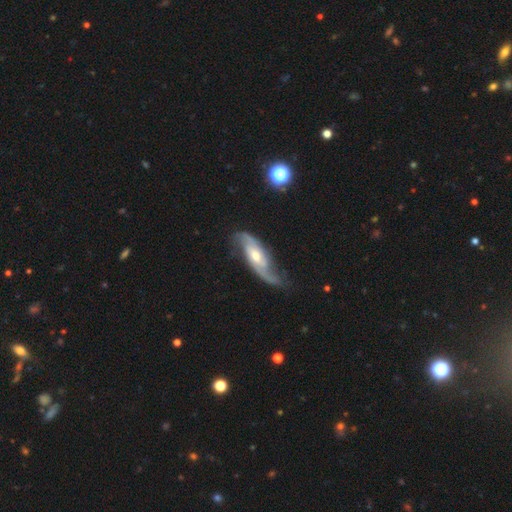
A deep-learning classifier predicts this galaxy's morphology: The model was most divided on "spiral winding": loose: 42%, medium: 41%, tight: 17%. Remaining: spiral arms — yes (96%); edge-on disk — no (91%); spiral arm count — 2 (86%); smooth or featured — featured or disk (85%); merging — none (67%); bulge size — moderate (61%); bar — no (47%).